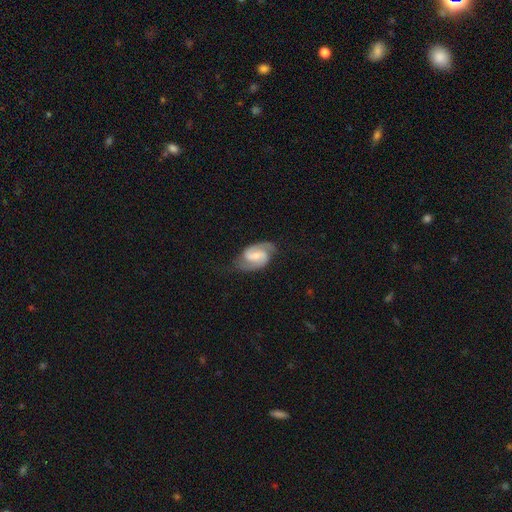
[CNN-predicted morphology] Smooth or featured? Predicted: featured or disk (p=0.84). Edge-on disk? Predicted: no (p=0.97). Bar? Predicted: weak (p=0.52). Spiral arms? Predicted: yes (p=0.96). Spiral winding? Predicted: medium (p=0.53). Spiral arm count? Predicted: 2 (p=0.92). Bulge size? Predicted: small (p=0.49). Merging? Predicted: none (p=0.72).